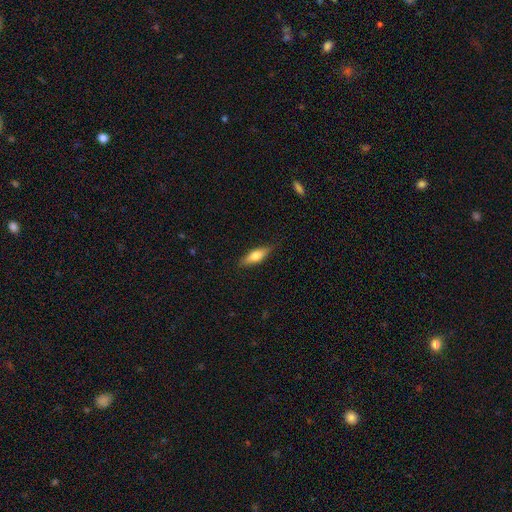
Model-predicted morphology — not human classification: The model was most divided on "how rounded": in between: 52%, cigar-shaped: 45%, round: 3%. More confident: merging — none (84%); smooth or featured — smooth (64%).